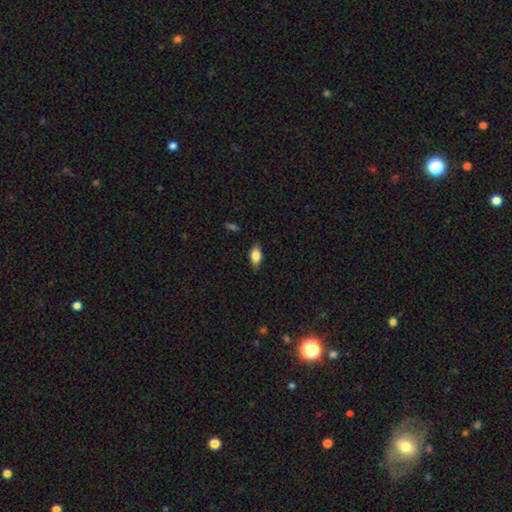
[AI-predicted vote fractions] Morphology: type=smooth (73%); roundness=in between (85%); merging=none (82%).